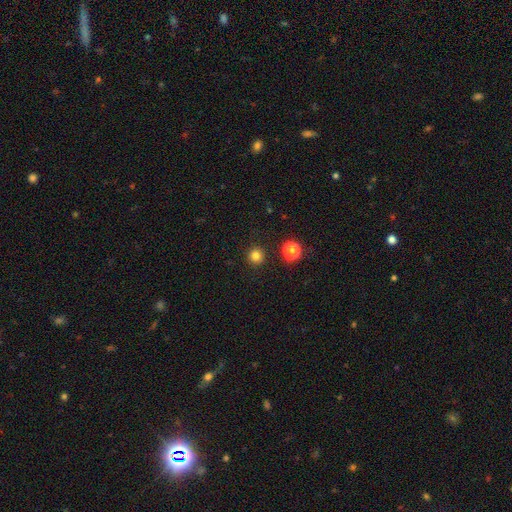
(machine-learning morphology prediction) smooth_or_featured: smooth (p=0.81) [alt: star or artifact p=0.14]
how_rounded: round (p=0.95) [alt: in between p=0.04]
merging: none (p=0.92) [alt: minor disturbance p=0.05]